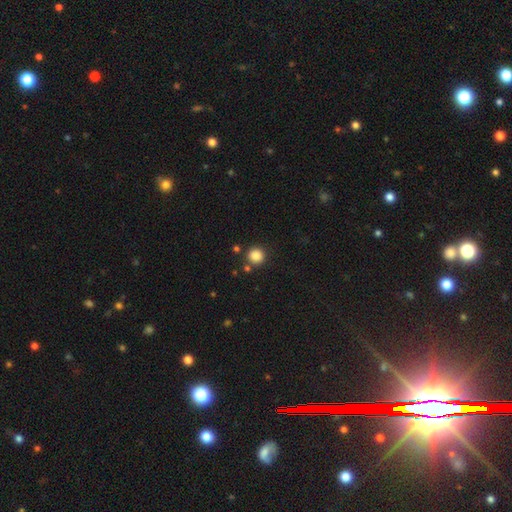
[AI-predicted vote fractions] Q: Smooth or featured?
A: smooth (86%); runner-up: star or artifact (11%)
Q: How rounded?
A: round (92%); runner-up: in between (7%)
Q: Merging?
A: none (84%); runner-up: minor disturbance (8%)